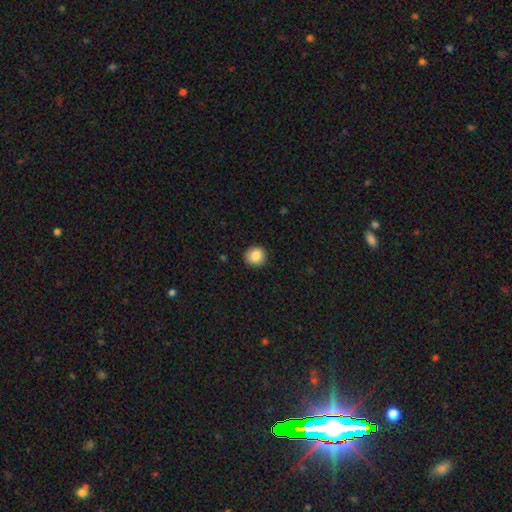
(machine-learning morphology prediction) Q: Smooth or featured?
A: smooth (87%); runner-up: star or artifact (9%)
Q: How rounded?
A: round (87%); runner-up: in between (12%)
Q: Merging?
A: none (90%); runner-up: minor disturbance (7%)